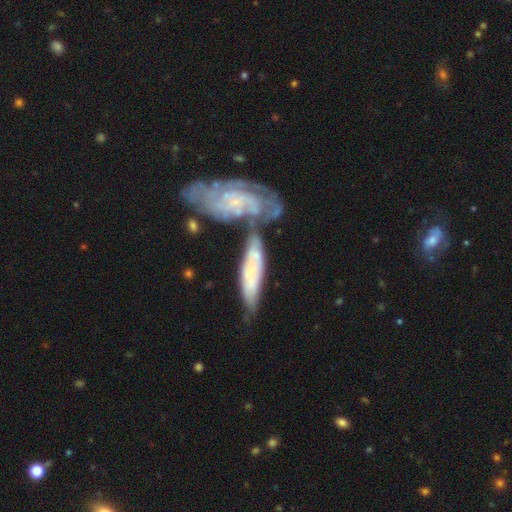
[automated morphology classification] Overall: featured or disk (48%; smooth 46%). Merging: none (39%; merger 35%).